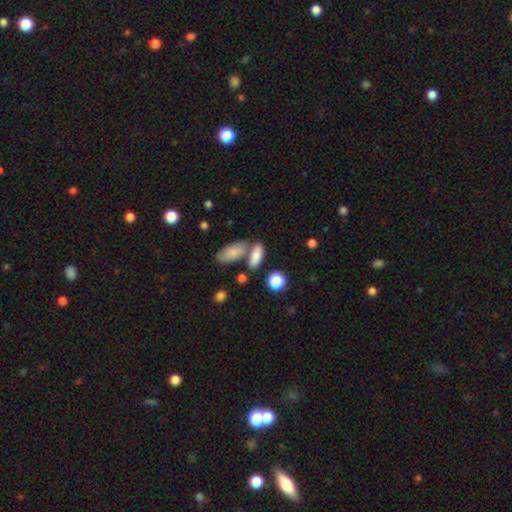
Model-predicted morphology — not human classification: smooth-or-featured: smooth: 83% | featured or disk: 9% | star or artifact: 8%
  how-rounded: in between: 81% | cigar-shaped: 13% | round: 6%
  merging: none: 54% | merger: 30% | minor disturbance: 12% | major disturbance: 4%